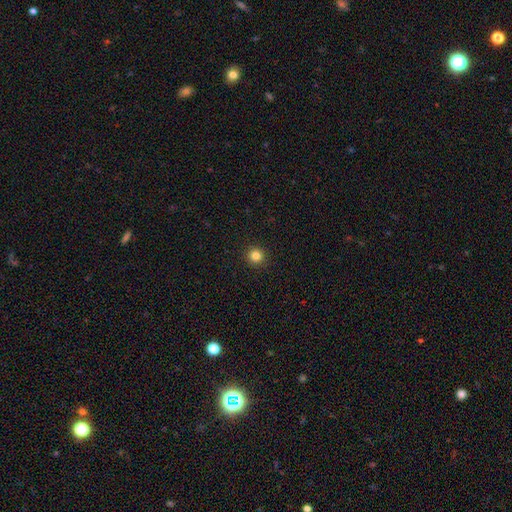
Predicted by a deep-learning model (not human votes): A smooth galaxy with no disk features (83%) that is round (95%). Merging: none (93%).